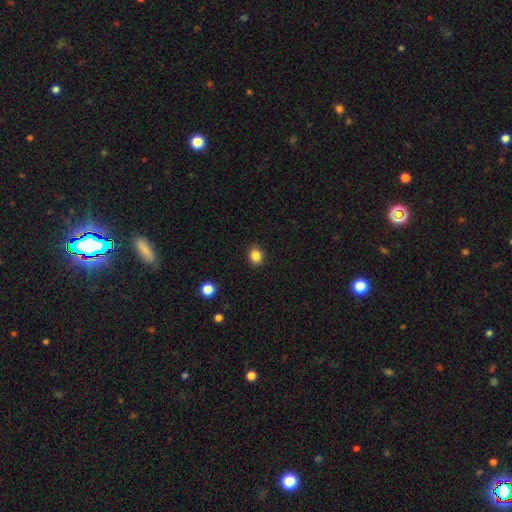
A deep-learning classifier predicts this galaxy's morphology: Q: Smooth or featured?
A: smooth (85%); runner-up: star or artifact (11%)
Q: How rounded?
A: round (65%); runner-up: in between (35%)
Q: Merging?
A: none (91%); runner-up: minor disturbance (6%)